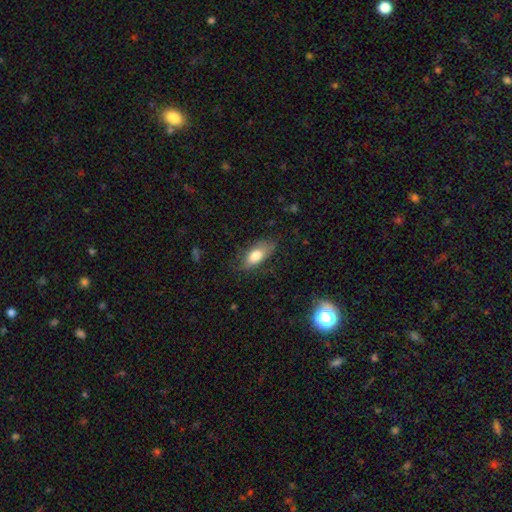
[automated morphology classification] Smooth or featured? Predicted: smooth (p=0.75). How rounded? Predicted: in between (p=0.85). Merging? Predicted: none (p=0.68).